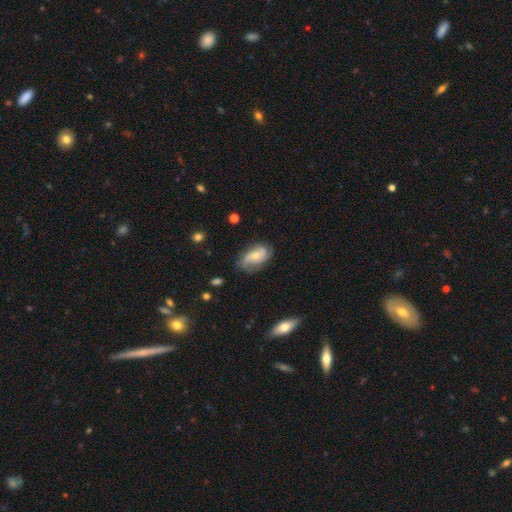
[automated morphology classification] Smooth or featured: featured or disk — 64% (smooth — 28%)
Edge-on disk: no — 96% (yes — 4%)
Bar: no — 64% (weak — 31%)
Spiral arms: yes — 92% (no — 8%)
Spiral winding: medium — 42% (loose — 34%)
Spiral arm count: 2 — 57% (can't tell — 17%)
Bulge size: small — 53% (moderate — 38%)
Merging: none — 69% (minor disturbance — 22%)